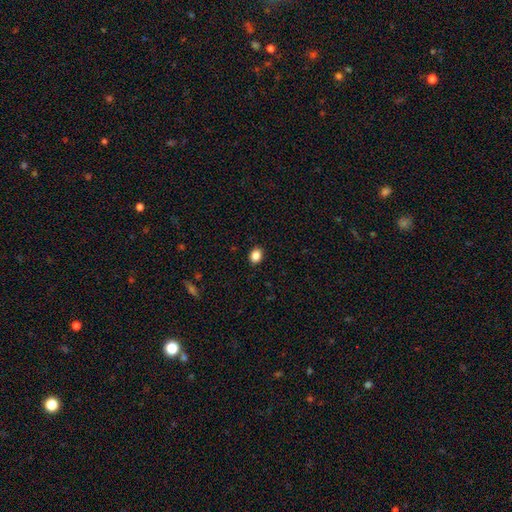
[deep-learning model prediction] Smooth or featured? Predicted: smooth (p=0.87). How rounded? Predicted: in between (p=0.53). Merging? Predicted: none (p=0.91).